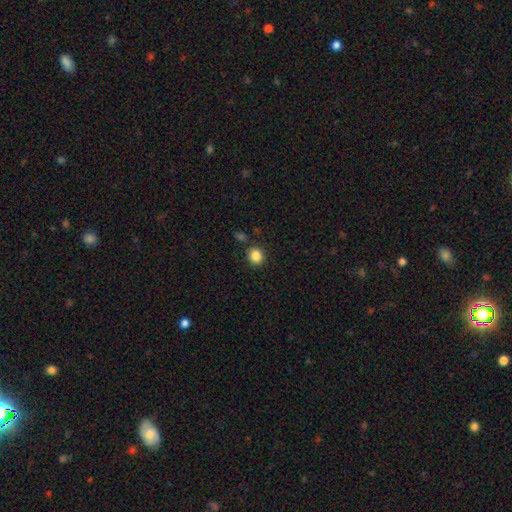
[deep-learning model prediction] Smooth or featured: smooth — 86% (star or artifact — 10%)
How rounded: round — 81% (in between — 18%)
Merging: none — 86% (minor disturbance — 7%)